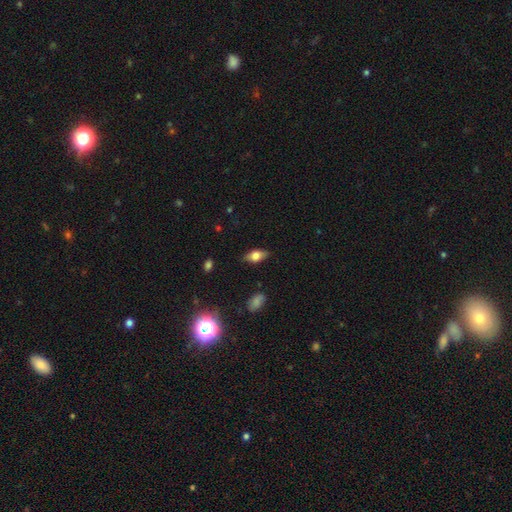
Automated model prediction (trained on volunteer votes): Smooth or featured? smooth (68%)
How rounded? in between (85%)
Merging? none (83%)